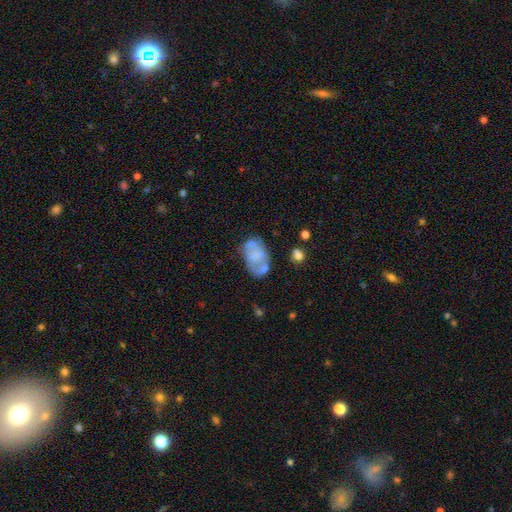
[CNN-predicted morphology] A featured or disk galaxy (52%) with no bar (81%), no spiral arms (67%) and no central bulge (58%). Merging: none (46%).